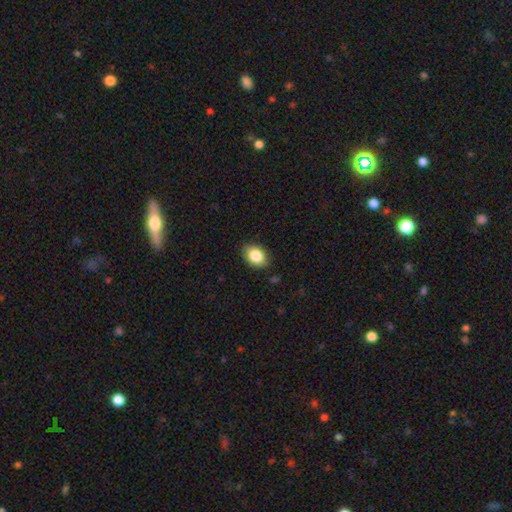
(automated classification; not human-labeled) Smooth or featured: smooth — 85% (star or artifact — 8%)
How rounded: in between — 76% (round — 23%)
Merging: none — 86% (minor disturbance — 11%)